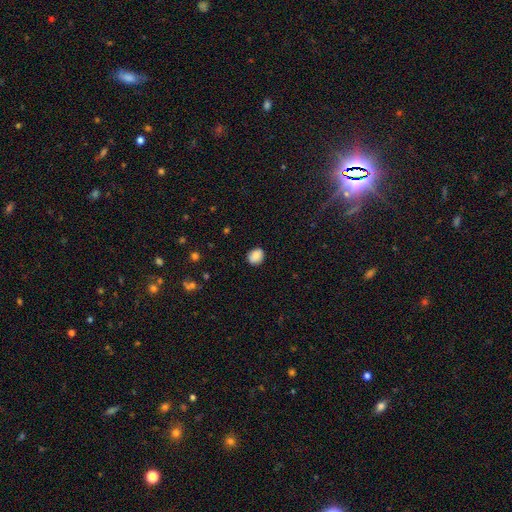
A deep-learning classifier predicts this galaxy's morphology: smooth 86%, star or artifact 9%, featured or disk 5%. Down the decision tree: how rounded — round (58%); merging — none (85%).